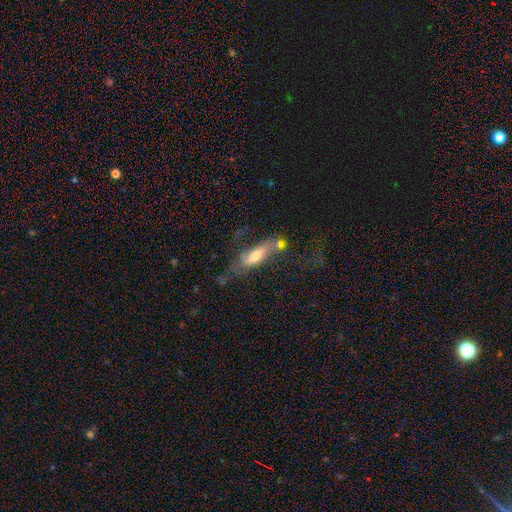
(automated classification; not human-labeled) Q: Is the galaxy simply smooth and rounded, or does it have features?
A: featured or disk — 49%.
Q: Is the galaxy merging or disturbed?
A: none — 32%.